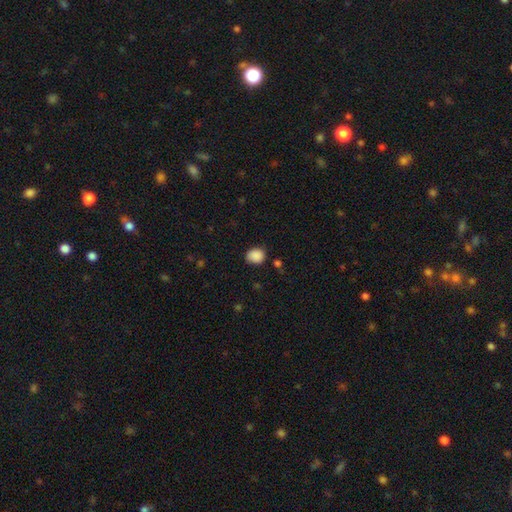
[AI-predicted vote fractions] Q: Smooth or featured?
A: smooth (89%); runner-up: star or artifact (9%)
Q: How rounded?
A: round (63%); runner-up: in between (36%)
Q: Merging?
A: none (80%); runner-up: minor disturbance (14%)